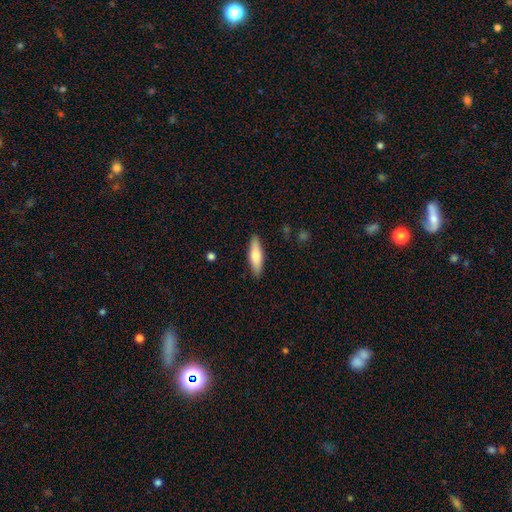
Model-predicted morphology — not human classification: Smooth or featured? smooth (68%)
How rounded? cigar-shaped (60%)
Merging? none (89%)